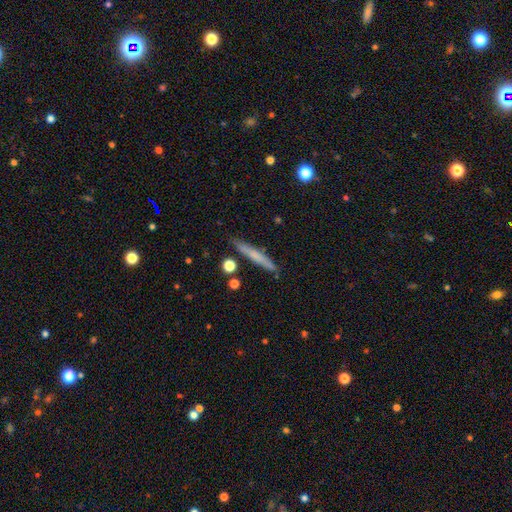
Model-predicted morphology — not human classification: Smooth or featured: smooth — 62% (featured or disk — 31%)
How rounded: cigar-shaped — 95% (in between — 4%)
Merging: none — 85% (minor disturbance — 11%)